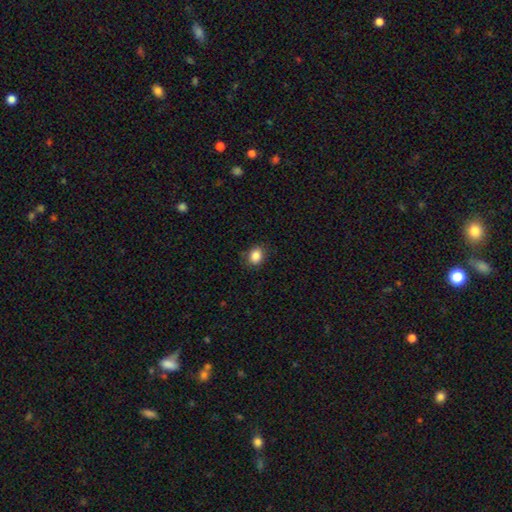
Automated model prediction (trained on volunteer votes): Smooth or featured?
  - smooth: 86% *
  - star or artifact: 9%
  - featured or disk: 4%
How rounded?
  - in between: 55% *
  - round: 44%
  - cigar-shaped: 1%
Merging?
  - none: 83% *
  - minor disturbance: 13%
  - major disturbance: 3%
  - merger: 1%